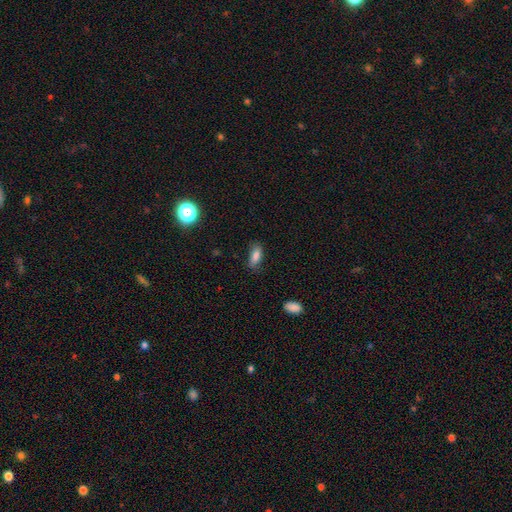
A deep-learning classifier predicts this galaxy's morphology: Q: Smooth or featured?
A: smooth (82%); runner-up: star or artifact (9%)
Q: How rounded?
A: in between (78%); runner-up: cigar-shaped (19%)
Q: Merging?
A: none (74%); runner-up: minor disturbance (20%)